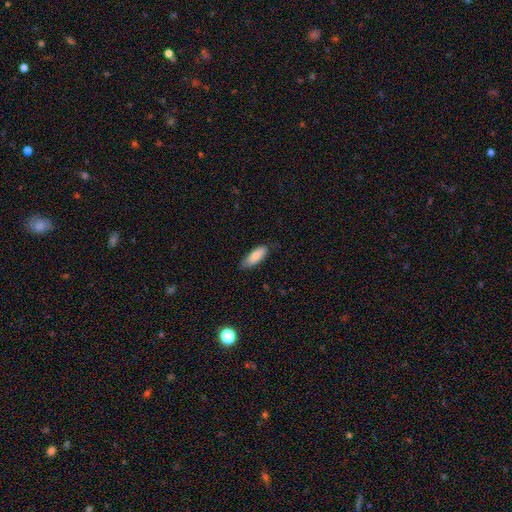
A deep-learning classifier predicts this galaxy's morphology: Smooth or featured?
  - smooth: 82% *
  - featured or disk: 12%
  - star or artifact: 6%
How rounded?
  - in between: 73% *
  - cigar-shaped: 26%
  - round: 2%
Merging?
  - none: 78% *
  - minor disturbance: 18%
  - major disturbance: 3%
  - merger: 1%